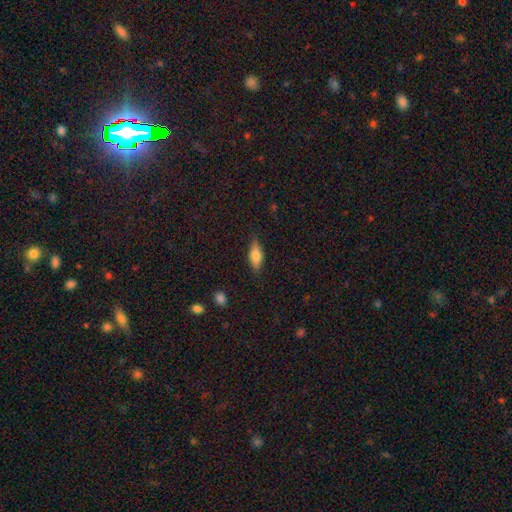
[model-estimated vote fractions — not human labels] A smooth galaxy with no disk features (66%) that is in between round and cigar-shaped (67%).

Vote fractions:
- Smooth or featured? smooth: 66% / featured or disk: 27% / star or artifact: 8%
- How rounded? in between: 67% / cigar-shaped: 30% / round: 4%
- Merging? none: 84% / minor disturbance: 12% / major disturbance: 3% / merger: 1%